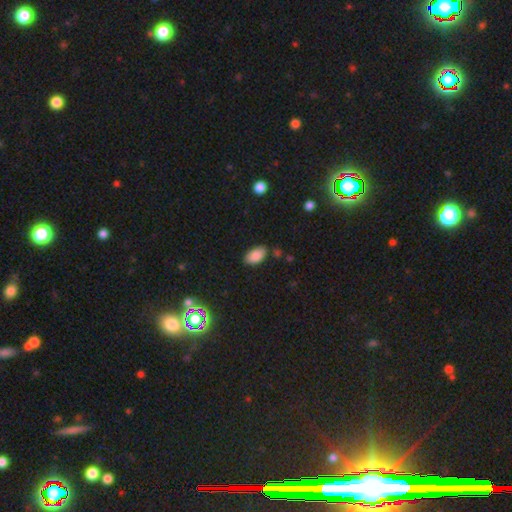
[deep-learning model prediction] Smooth or featured?
  - smooth: 86% *
  - star or artifact: 8%
  - featured or disk: 6%
How rounded?
  - in between: 94% *
  - round: 4%
  - cigar-shaped: 2%
Merging?
  - none: 82% *
  - minor disturbance: 13%
  - major disturbance: 3%
  - merger: 2%